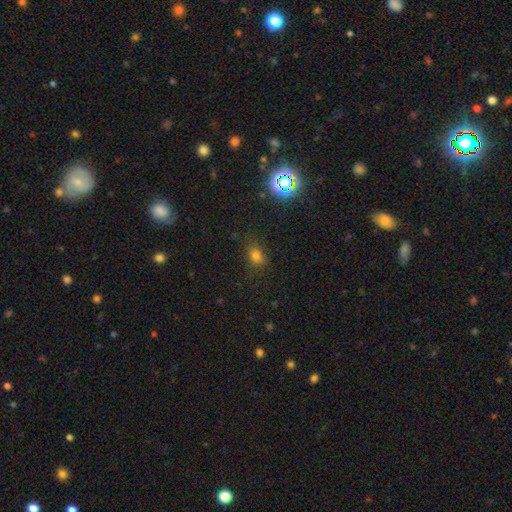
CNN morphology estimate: smooth-or-featured: smooth: 68% | star or artifact: 25% | featured or disk: 7%
  how-rounded: in between: 55% | round: 43% | cigar-shaped: 2%
  merging: none: 74% | minor disturbance: 17% | major disturbance: 7% | merger: 2%